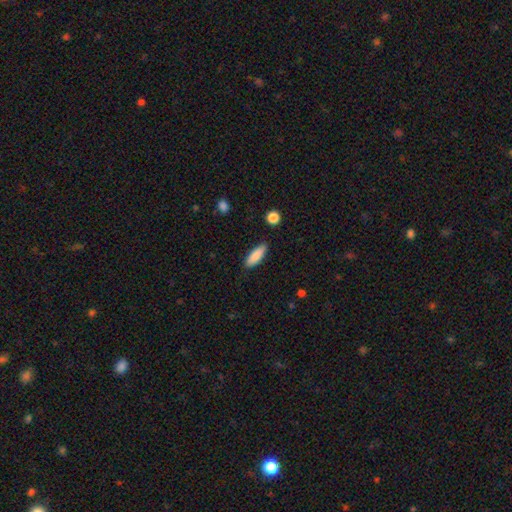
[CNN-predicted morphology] This appears to be a smooth galaxy with no disk features (86%) that is in between round and cigar-shaped (52%). Merging: none (86%).